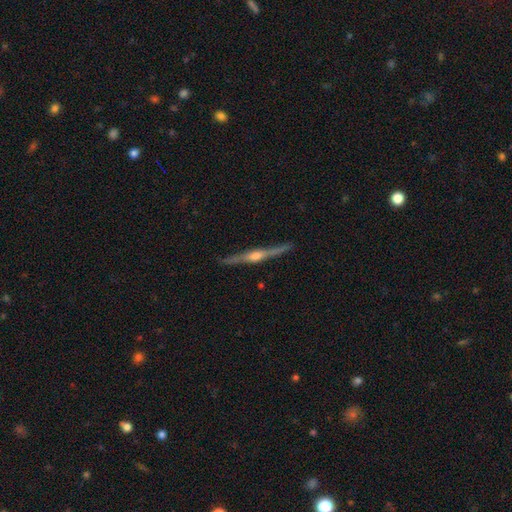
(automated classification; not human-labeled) A featured or disk galaxy (86%) viewed edge-on (98%) with a rounded central bulge (90%). Merging: none (91%).